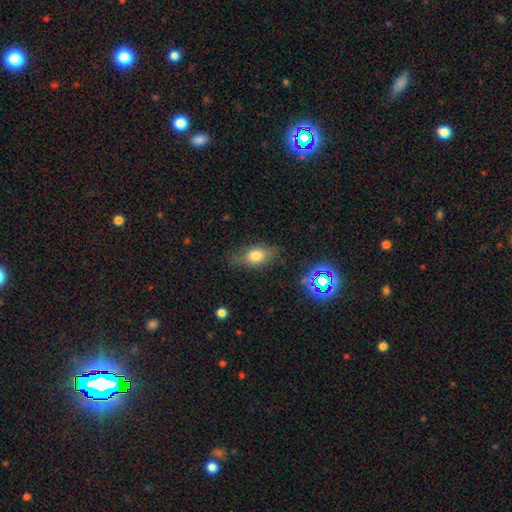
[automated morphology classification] Q: Smooth or featured?
A: smooth (69%); runner-up: featured or disk (18%)
Q: How rounded?
A: in between (75%); runner-up: round (18%)
Q: Merging?
A: none (71%); runner-up: minor disturbance (21%)